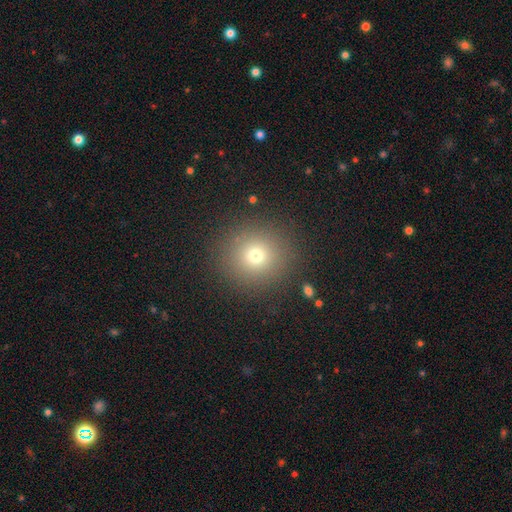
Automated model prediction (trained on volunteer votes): Smooth or featured? smooth (72%)
How rounded? round (92%)
Merging? none (89%)